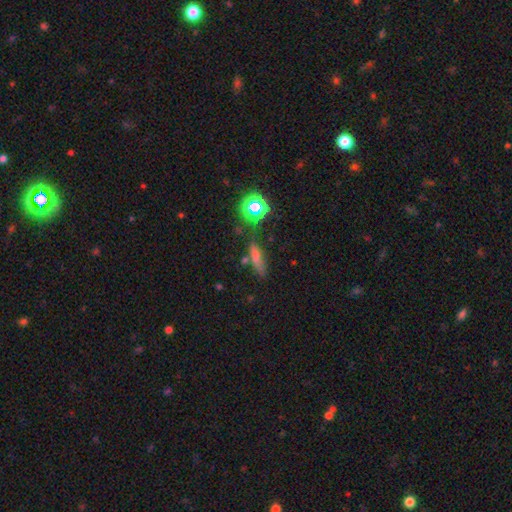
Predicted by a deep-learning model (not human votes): The model was most divided on "smooth or featured": smooth: 60%, star or artifact: 22%, featured or disk: 18%. More confident: how rounded — cigar-shaped (70%); merging — none (70%).